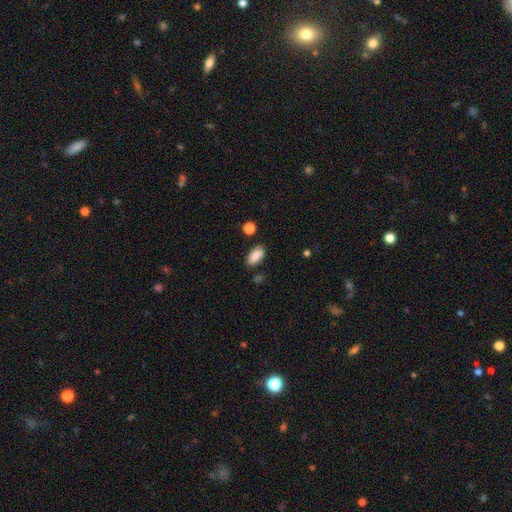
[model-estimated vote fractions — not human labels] The model was most divided on "merging": none: 80%, minor disturbance: 13%, merger: 4%, major disturbance: 3%. More confident: how rounded — in between (92%); smooth or featured — smooth (87%).